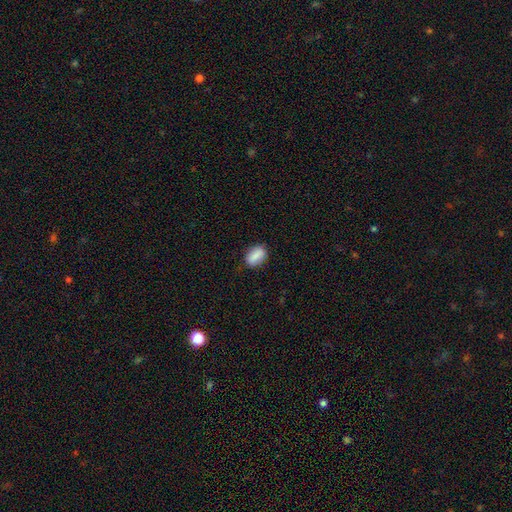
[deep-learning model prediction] smooth-or-featured: smooth: 86% | star or artifact: 7% | featured or disk: 7%
  how-rounded: in between: 84% | round: 12% | cigar-shaped: 3%
  merging: none: 85% | minor disturbance: 12% | major disturbance: 2% | merger: 1%